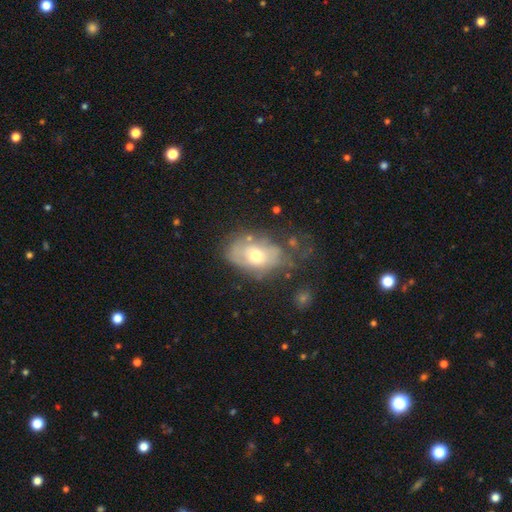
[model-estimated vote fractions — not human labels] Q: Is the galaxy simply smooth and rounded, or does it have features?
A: smooth — 50%.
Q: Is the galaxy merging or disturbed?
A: none — 42%.